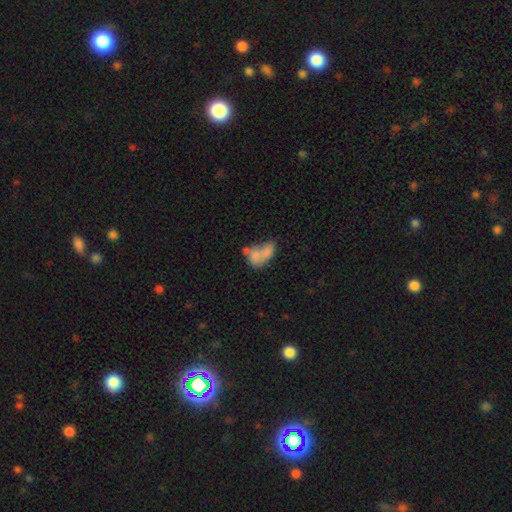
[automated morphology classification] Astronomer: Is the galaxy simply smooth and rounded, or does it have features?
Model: smooth — 68%.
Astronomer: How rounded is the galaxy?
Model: in between — 79%.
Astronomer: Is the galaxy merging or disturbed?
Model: merger — 63%.